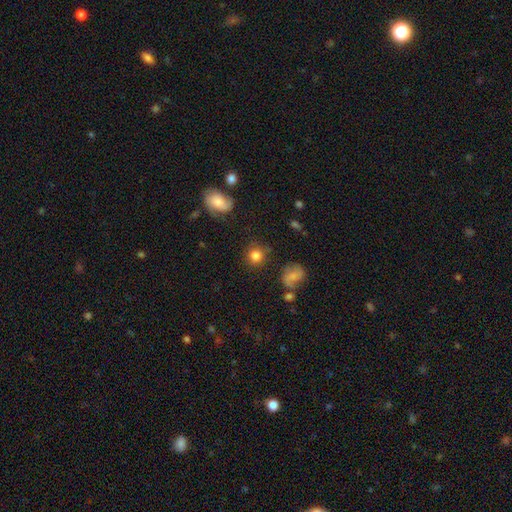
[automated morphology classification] Smooth or featured? Predicted: smooth (p=0.81). How rounded? Predicted: round (p=0.89). Merging? Predicted: none (p=0.81).